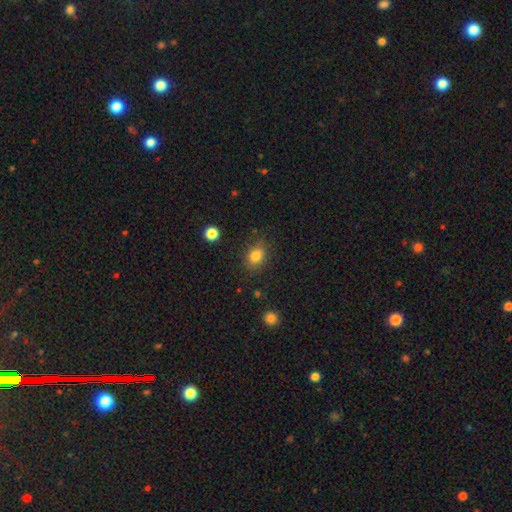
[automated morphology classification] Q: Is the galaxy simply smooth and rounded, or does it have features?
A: smooth — 82%.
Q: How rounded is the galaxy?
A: in between — 56%.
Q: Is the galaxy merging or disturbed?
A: none — 82%.